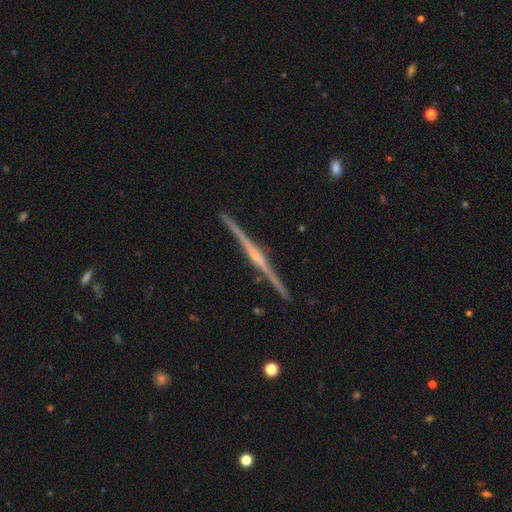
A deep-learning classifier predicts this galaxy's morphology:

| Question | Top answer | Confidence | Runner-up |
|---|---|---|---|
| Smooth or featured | featured or disk | 87% | smooth (8%) |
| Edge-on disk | yes | 99% | no (1%) |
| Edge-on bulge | rounded | 74% | none (16%) |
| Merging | none | 92% | minor disturbance (5%) |